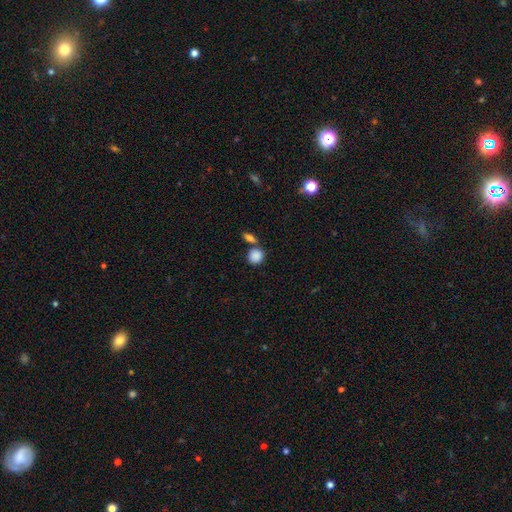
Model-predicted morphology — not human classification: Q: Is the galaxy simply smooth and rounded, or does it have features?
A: smooth — 87%.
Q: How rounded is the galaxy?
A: round — 76%.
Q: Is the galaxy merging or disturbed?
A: none — 64%.